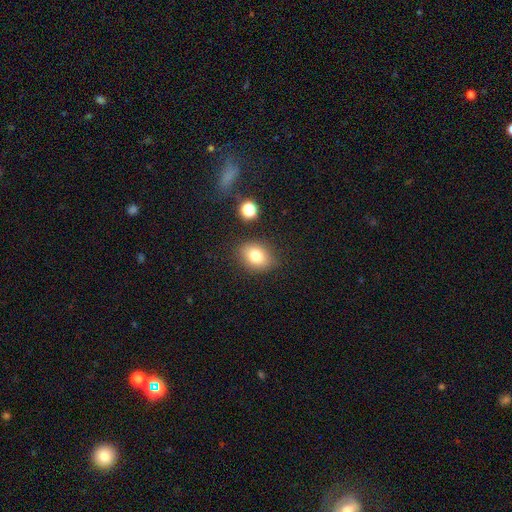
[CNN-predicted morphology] This appears to be a smooth galaxy with no disk features (79%) that is in between round and cigar-shaped (62%). Merging: none (81%).